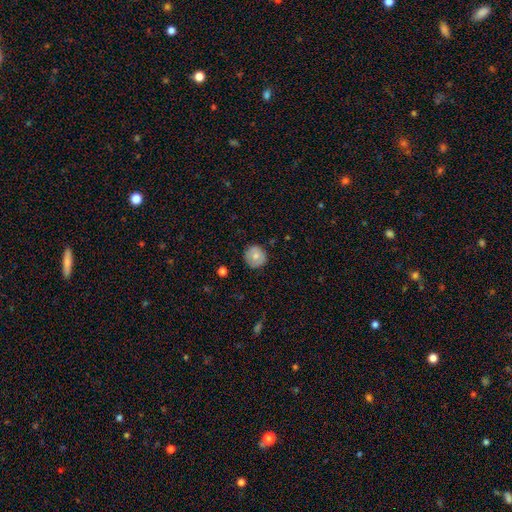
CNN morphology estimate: A smooth galaxy with no disk features (73%) that is round (93%).

Vote fractions:
- Smooth or featured? smooth: 73% / featured or disk: 20% / star or artifact: 7%
- How rounded? round: 93% / in between: 6% / cigar-shaped: 1%
- Merging? none: 85% / minor disturbance: 12% / major disturbance: 2% / merger: 1%